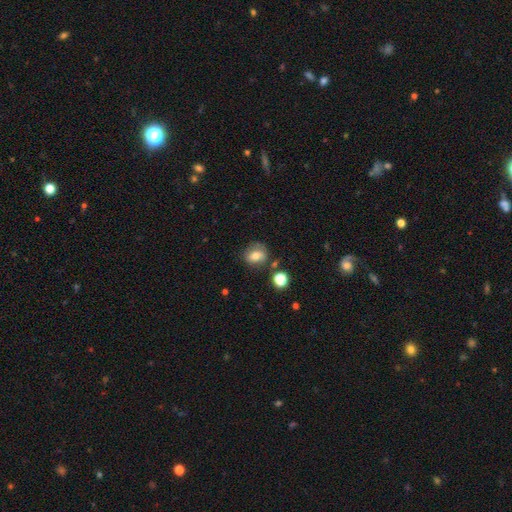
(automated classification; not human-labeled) This appears to be a smooth galaxy with no disk features (67%) that is round (52%). Merging: none (63%).